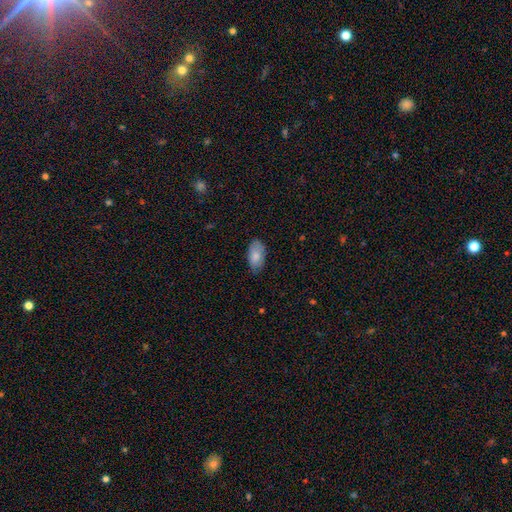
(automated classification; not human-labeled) Smooth or featured? Predicted: smooth (p=0.82). How rounded? Predicted: in between (p=0.94). Merging? Predicted: none (p=0.78).